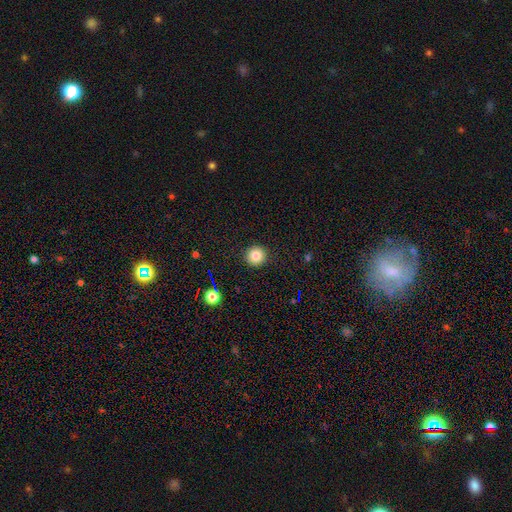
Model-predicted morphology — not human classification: Overall: smooth (83%). How rounded: round (95%). Merging: none (92%).